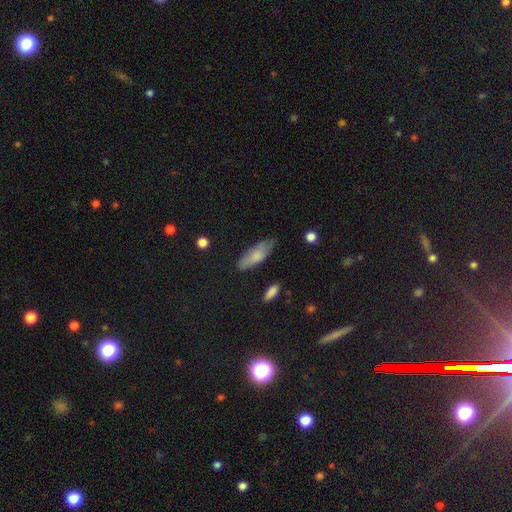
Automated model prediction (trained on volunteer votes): Smooth or featured?
  - smooth: 74% *
  - featured or disk: 20%
  - star or artifact: 7%
How rounded?
  - in between: 70% *
  - cigar-shaped: 28%
  - round: 2%
Merging?
  - none: 64% *
  - minor disturbance: 28%
  - major disturbance: 6%
  - merger: 2%